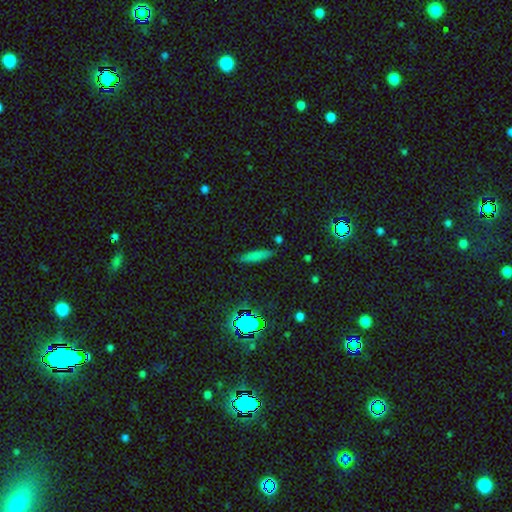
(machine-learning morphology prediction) smooth-or-featured: smooth: 73% | star or artifact: 14% | featured or disk: 13%
  how-rounded: cigar-shaped: 76% | in between: 21% | round: 2%
  merging: none: 84% | minor disturbance: 11% | major disturbance: 3% | merger: 2%